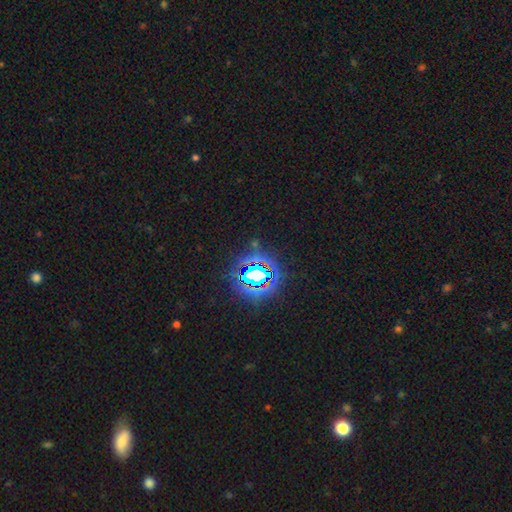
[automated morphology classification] A star or artifact, not a galaxy (84%).